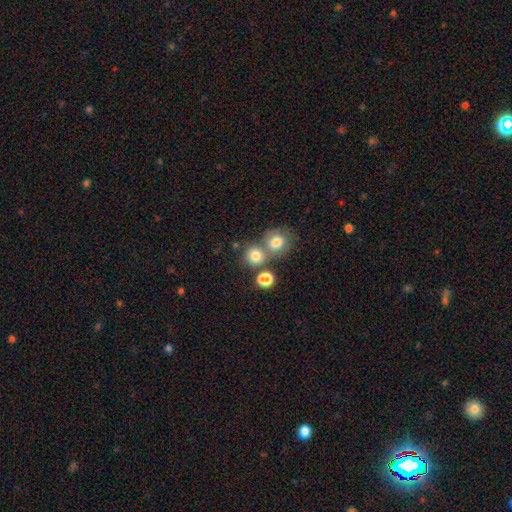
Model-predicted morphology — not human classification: Smooth or featured? Predicted: smooth (p=0.78). How rounded? Predicted: round (p=0.85). Merging? Predicted: none (p=0.54).